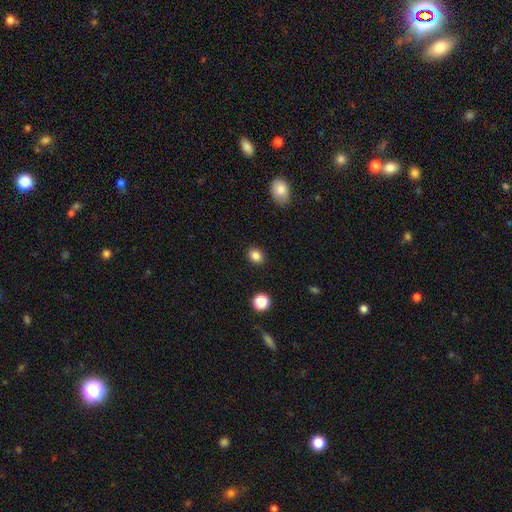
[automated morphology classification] Smooth or featured? Predicted: smooth (p=0.85). How rounded? Predicted: round (p=0.56). Merging? Predicted: none (p=0.89).